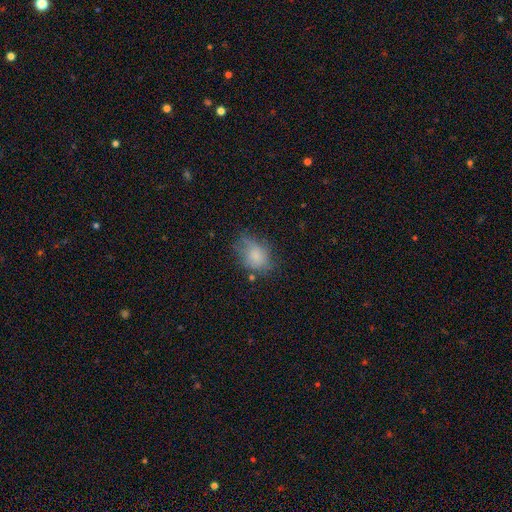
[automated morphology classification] smooth-or-featured: smooth: 74% | featured or disk: 16% | star or artifact: 10%
  how-rounded: in between: 64% | round: 35% | cigar-shaped: 2%
  merging: none: 47% | minor disturbance: 33% | major disturbance: 16% | merger: 4%